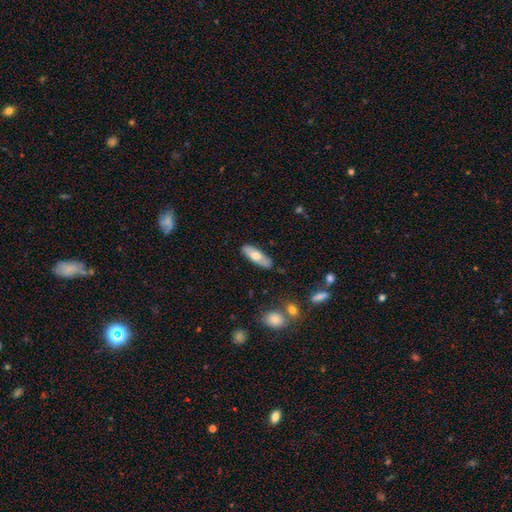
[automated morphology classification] Overall: smooth (62%; featured or disk 32%). How rounded: in between (61%; cigar-shaped 36%). Merging: none (85%).